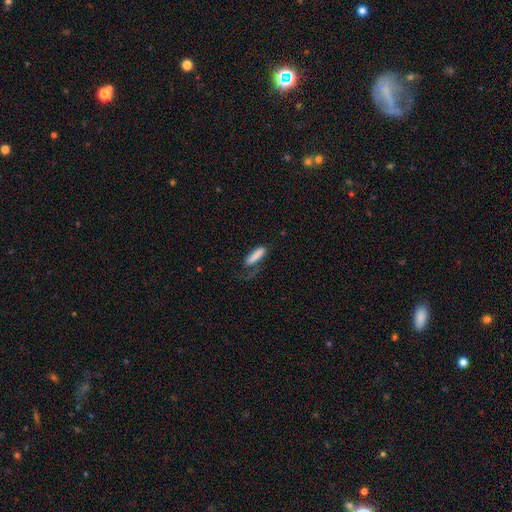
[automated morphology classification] smooth 80%, featured or disk 13%, star or artifact 7%. Down the decision tree: how rounded — cigar-shaped (68%); merging — none (44%).